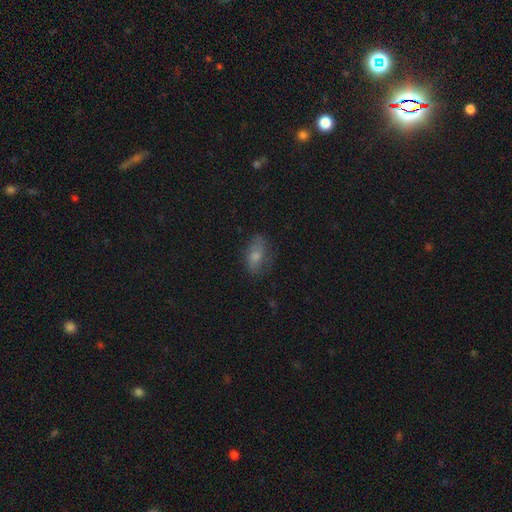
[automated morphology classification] Q: Smooth or featured?
A: smooth (61%); runner-up: featured or disk (28%)
Q: How rounded?
A: in between (85%); runner-up: round (11%)
Q: Merging?
A: none (63%); runner-up: minor disturbance (25%)